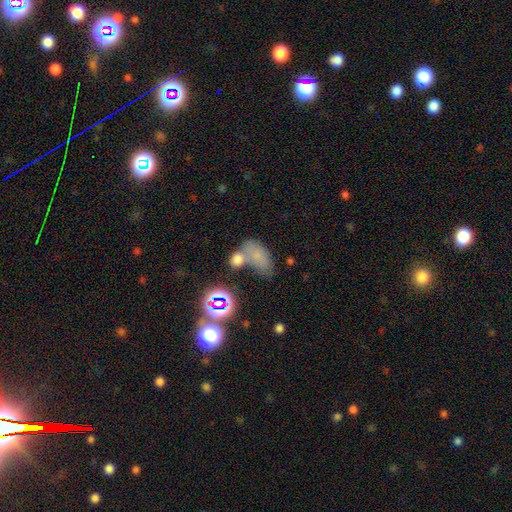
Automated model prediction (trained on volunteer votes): smooth-or-featured: smooth: 63% | star or artifact: 22% | featured or disk: 16%
  how-rounded: in between: 85% | round: 11% | cigar-shaped: 4%
  merging: merger: 42% | none: 34% | minor disturbance: 14% | major disturbance: 9%